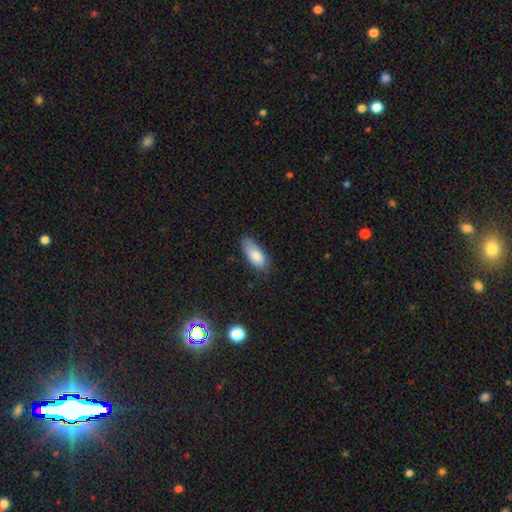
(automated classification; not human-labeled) A smooth galaxy with no disk features (82%) that is in between round and cigar-shaped (83%). Merging: none (63%).